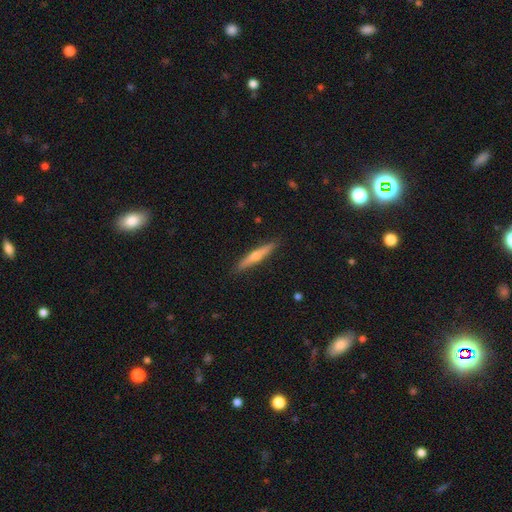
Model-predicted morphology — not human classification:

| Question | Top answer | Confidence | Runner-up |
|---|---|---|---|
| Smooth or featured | featured or disk | 59% | smooth (34%) |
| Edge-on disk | yes | 96% | no (4%) |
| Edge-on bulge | rounded | 86% | none (11%) |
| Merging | none | 90% | minor disturbance (7%) |